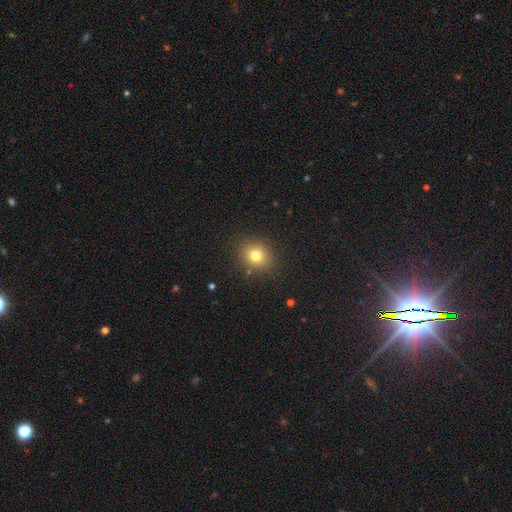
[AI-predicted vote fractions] smooth 77%, star or artifact 14%, featured or disk 9%. Down the decision tree: how rounded — round (71%); merging — none (87%).